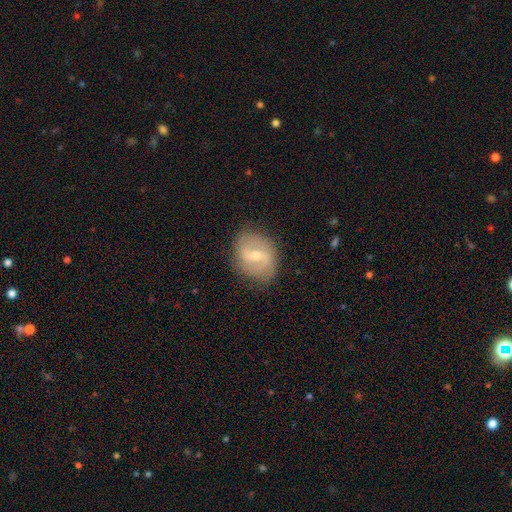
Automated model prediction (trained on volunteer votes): Q: Smooth or featured?
A: featured or disk (70%); runner-up: smooth (23%)
Q: Edge-on disk?
A: no (96%); runner-up: yes (4%)
Q: Bar?
A: weak (53%); runner-up: strong (31%)
Q: Spiral arms?
A: yes (78%); runner-up: no (22%)
Q: Spiral winding?
A: medium (41%); runner-up: loose (40%)
Q: Spiral arm count?
A: 2 (85%); runner-up: can't tell (10%)
Q: Bulge size?
A: small (50%); runner-up: moderate (46%)
Q: Merging?
A: none (81%); runner-up: minor disturbance (13%)